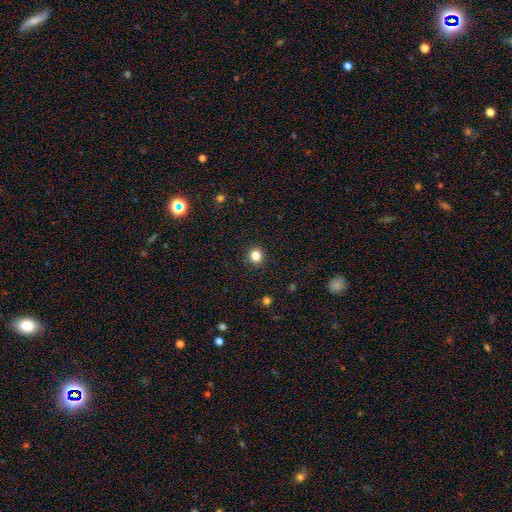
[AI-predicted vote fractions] This is clearly a smooth galaxy (83%). How rounded: clearly round (91%). Merging: clearly none (92%).